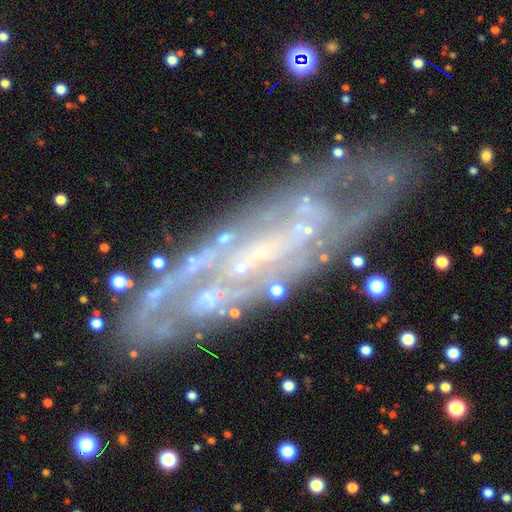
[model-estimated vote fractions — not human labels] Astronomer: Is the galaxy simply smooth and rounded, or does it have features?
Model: featured or disk — 76%.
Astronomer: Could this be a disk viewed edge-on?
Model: no — 73%.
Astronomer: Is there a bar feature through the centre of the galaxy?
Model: no — 36% (runner-up: weak, 32%).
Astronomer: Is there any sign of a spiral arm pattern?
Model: yes — 82%.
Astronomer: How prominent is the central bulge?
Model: small — 45% (runner-up: none, 42%).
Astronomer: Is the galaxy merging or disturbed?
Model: none — 73%.